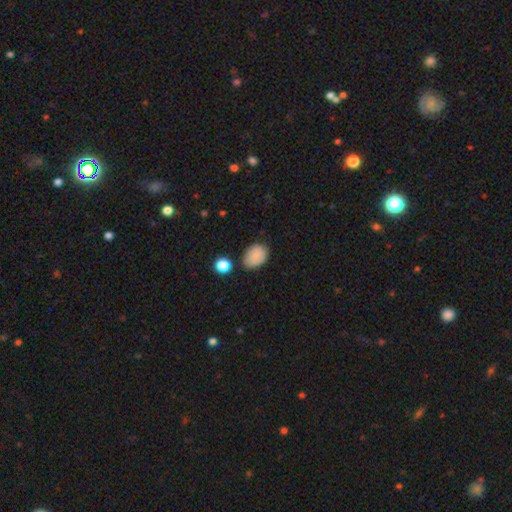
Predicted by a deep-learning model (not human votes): Smooth or featured?
  - smooth: 84% *
  - star or artifact: 9%
  - featured or disk: 7%
How rounded?
  - in between: 72% *
  - round: 27%
  - cigar-shaped: 1%
Merging?
  - none: 72% *
  - minor disturbance: 19%
  - major disturbance: 4%
  - merger: 4%